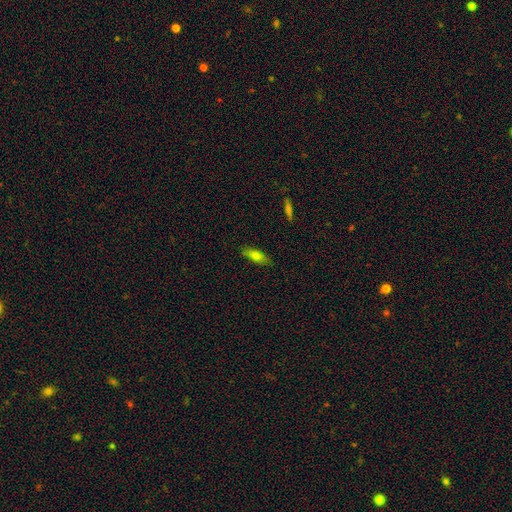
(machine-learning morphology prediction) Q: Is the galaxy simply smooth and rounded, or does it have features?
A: smooth — 72%.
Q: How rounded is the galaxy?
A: in between — 60%.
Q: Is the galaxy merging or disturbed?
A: none — 82%.